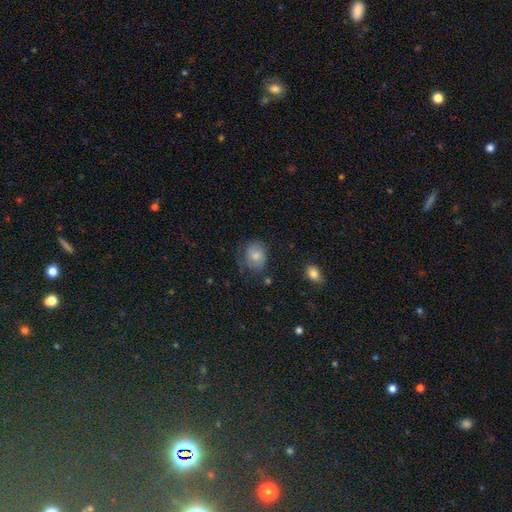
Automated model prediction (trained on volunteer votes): A smooth galaxy with no disk features (72%) that is round (56%). Merging: none (53%).